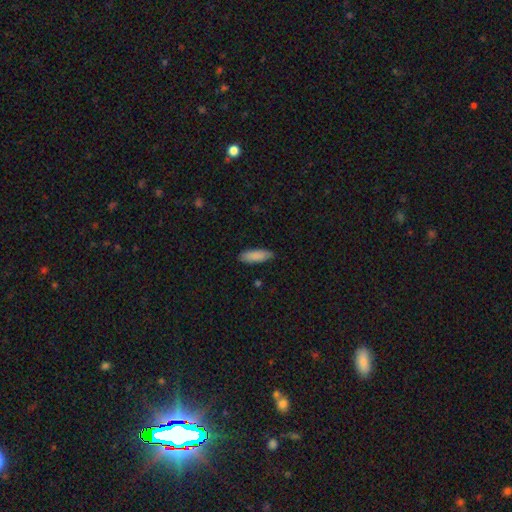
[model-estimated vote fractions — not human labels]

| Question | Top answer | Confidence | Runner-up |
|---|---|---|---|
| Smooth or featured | smooth | 88% | featured or disk (6%) |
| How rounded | in between | 57% | cigar-shaped (42%) |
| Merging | none | 86% | minor disturbance (12%) |